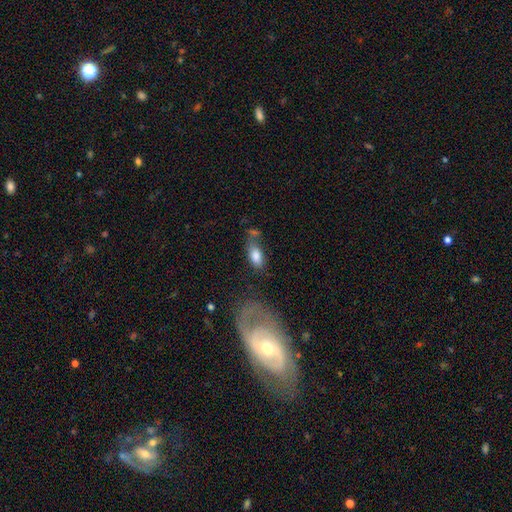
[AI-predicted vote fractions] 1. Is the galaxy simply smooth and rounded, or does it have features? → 81% smooth, 11% featured or disk, 8% star or artifact.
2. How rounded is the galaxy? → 89% in between, 7% cigar-shaped, 4% round.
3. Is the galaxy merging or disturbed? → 48% none, 24% minor disturbance, 16% merger, 13% major disturbance.